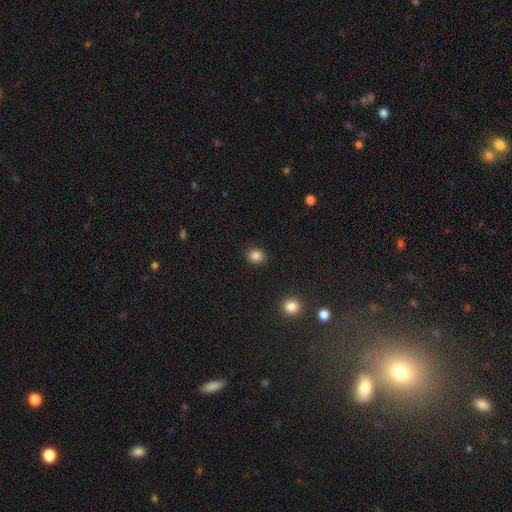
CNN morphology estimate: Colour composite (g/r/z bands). It shows a smooth galaxy with no disk features (85%) that is round (70%). Merging: none (89%).